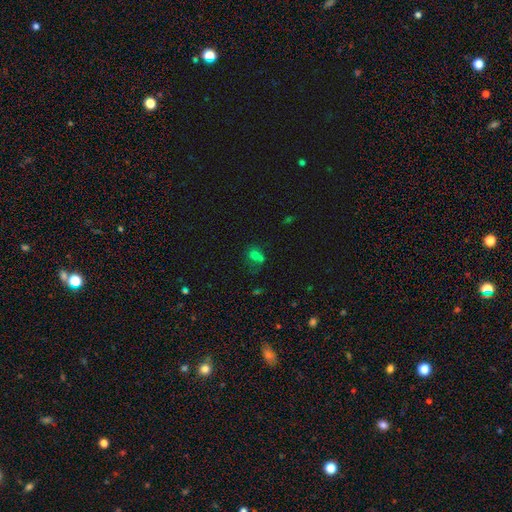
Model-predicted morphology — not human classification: smooth_or_featured: smooth (p=0.61) [alt: star or artifact p=0.24]
how_rounded: round (p=0.56) [alt: in between p=0.43]
merging: merger (p=0.44) [alt: none p=0.33]